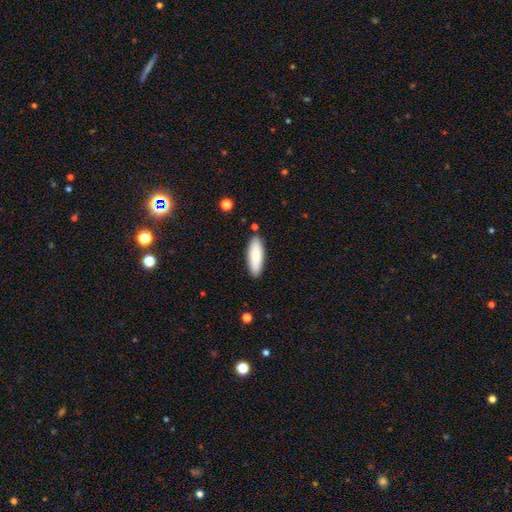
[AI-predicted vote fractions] Q: Smooth or featured?
A: smooth (83%); runner-up: featured or disk (11%)
Q: How rounded?
A: in between (57%); runner-up: cigar-shaped (42%)
Q: Merging?
A: none (87%); runner-up: minor disturbance (9%)